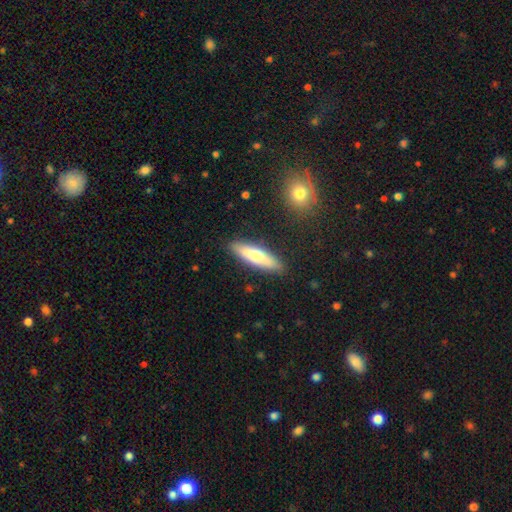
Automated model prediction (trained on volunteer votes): This is likely a smooth galaxy (67%). How rounded: likely cigar-shaped (70%). Merging: clearly none (88%).